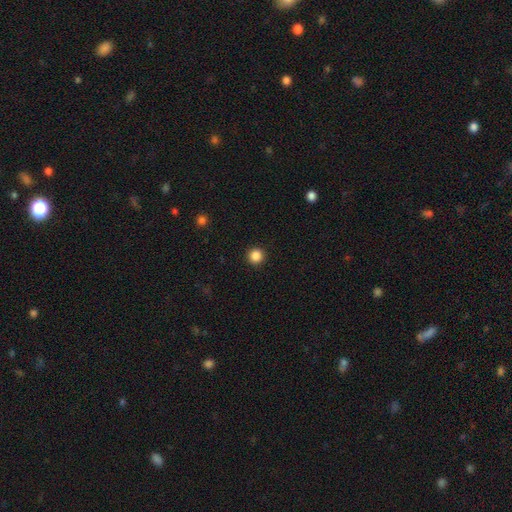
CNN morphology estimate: Smooth or featured? smooth (86%)
How rounded? round (96%)
Merging? none (94%)